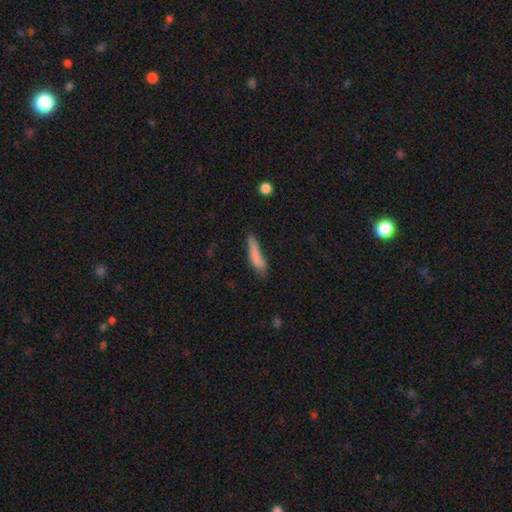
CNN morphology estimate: smooth_or_featured: smooth (p=0.78) [alt: featured or disk p=0.15]
how_rounded: cigar-shaped (p=0.82) [alt: in between p=0.16]
merging: none (p=0.54) [alt: minor disturbance p=0.31]